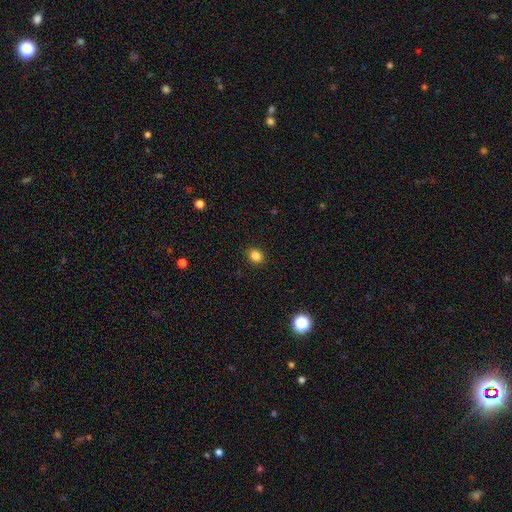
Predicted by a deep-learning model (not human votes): Smooth or featured: smooth — 84% (star or artifact — 12%)
How rounded: round — 75% (in between — 24%)
Merging: none — 90% (minor disturbance — 7%)